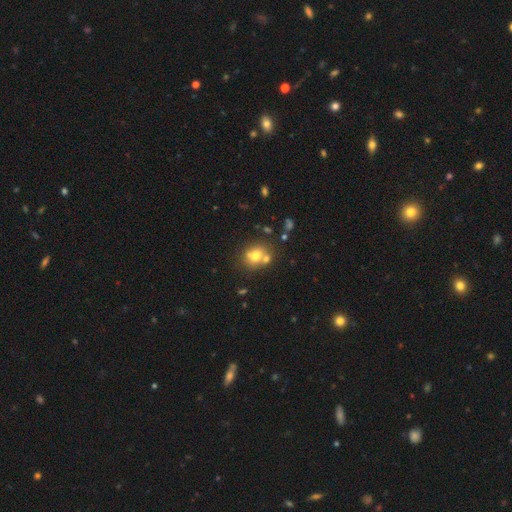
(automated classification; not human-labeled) Overall: smooth (68%). How rounded: round (70%). Merging: none (54%; merger 31%).